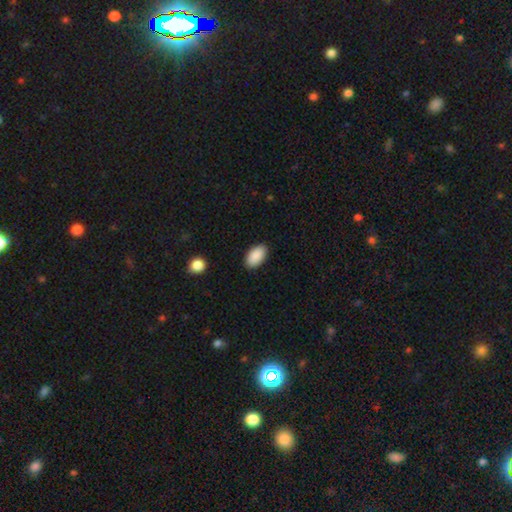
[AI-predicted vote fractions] Smooth or featured? smooth (91%)
How rounded? in between (95%)
Merging? none (89%)